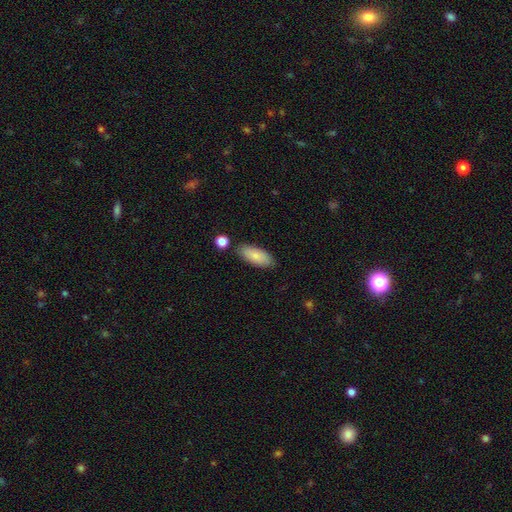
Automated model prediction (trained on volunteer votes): Smooth or featured? smooth (82%)
How rounded? in between (86%)
Merging? none (80%)